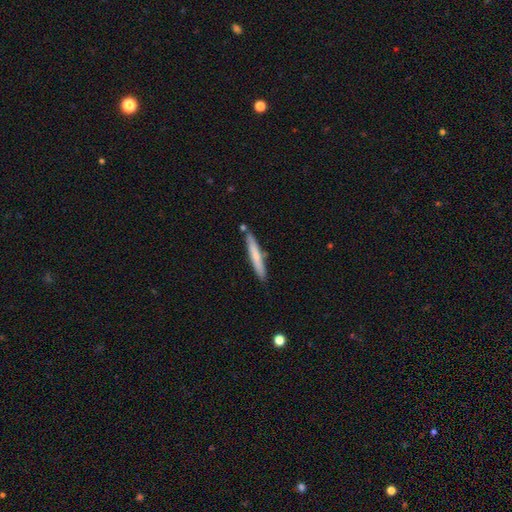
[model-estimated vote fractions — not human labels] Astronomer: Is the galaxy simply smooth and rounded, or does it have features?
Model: smooth — 67%.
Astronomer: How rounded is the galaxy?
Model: cigar-shaped — 94%.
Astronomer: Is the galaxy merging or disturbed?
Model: none — 81%.